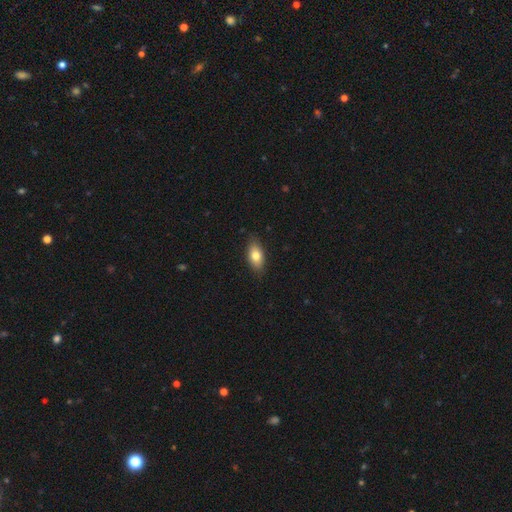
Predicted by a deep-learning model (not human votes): Smooth or featured?
  - smooth: 78% *
  - featured or disk: 15%
  - star or artifact: 7%
How rounded?
  - in between: 88% *
  - cigar-shaped: 8%
  - round: 5%
Merging?
  - none: 85% *
  - minor disturbance: 12%
  - major disturbance: 2%
  - merger: 1%